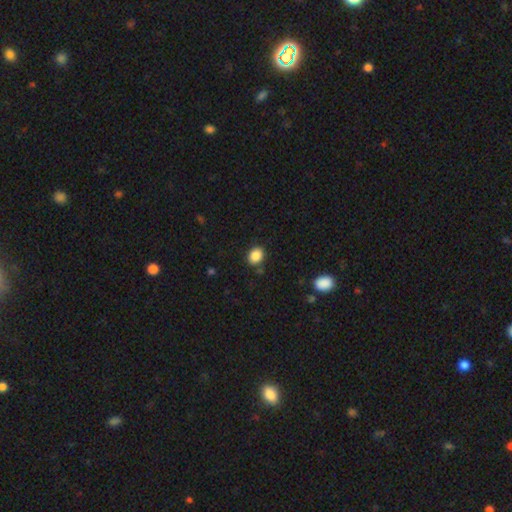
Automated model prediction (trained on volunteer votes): Smooth or featured? smooth (87%)
How rounded? in between (56%)
Merging? none (84%)